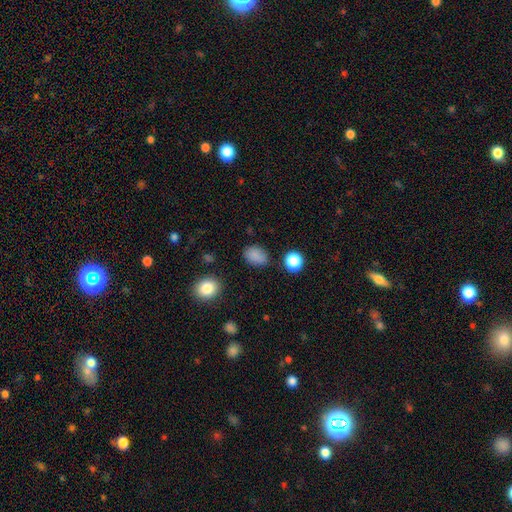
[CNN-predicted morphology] Smooth or featured: smooth — 85% (star or artifact — 11%)
How rounded: in between — 75% (round — 24%)
Merging: none — 79% (minor disturbance — 15%)